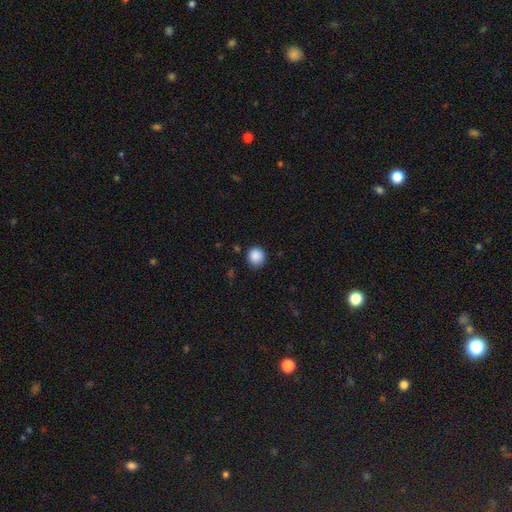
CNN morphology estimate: Smooth or featured? Predicted: smooth (p=0.89). How rounded? Predicted: round (p=0.90). Merging? Predicted: none (p=0.86).